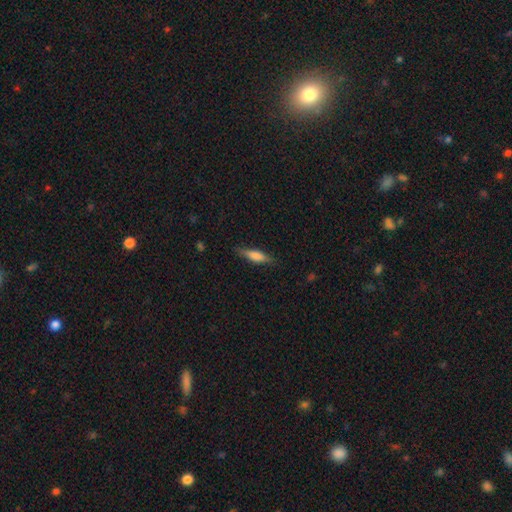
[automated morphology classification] A smooth galaxy with no disk features (67%) that is cigar-shaped (66%).

Vote fractions:
- Smooth or featured? smooth: 67% / featured or disk: 26% / star or artifact: 7%
- How rounded? cigar-shaped: 66% / in between: 32% / round: 2%
- Merging? none: 81% / minor disturbance: 14% / major disturbance: 3% / merger: 1%